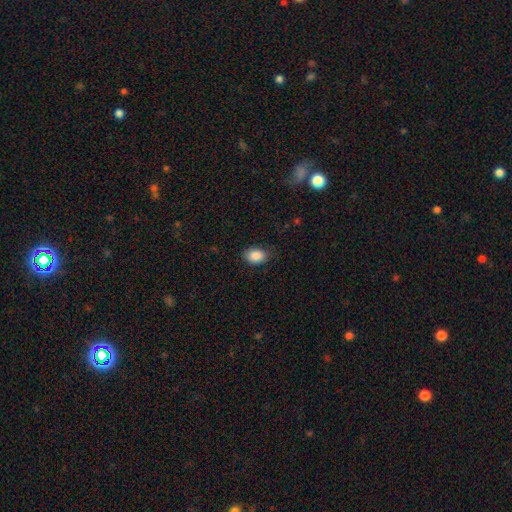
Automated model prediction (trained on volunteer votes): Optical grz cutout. It shows a smooth galaxy with no disk features (88%) that is in between round and cigar-shaped (80%). Merging: none (79%).